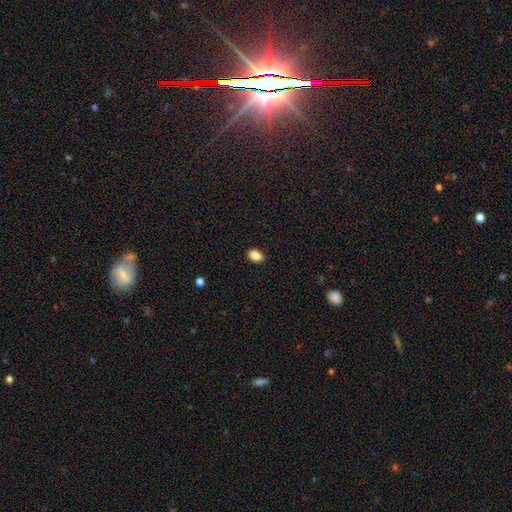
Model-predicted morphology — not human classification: A smooth galaxy with no disk features (87%) that is in between round and cigar-shaped (84%). Merging: none (88%).